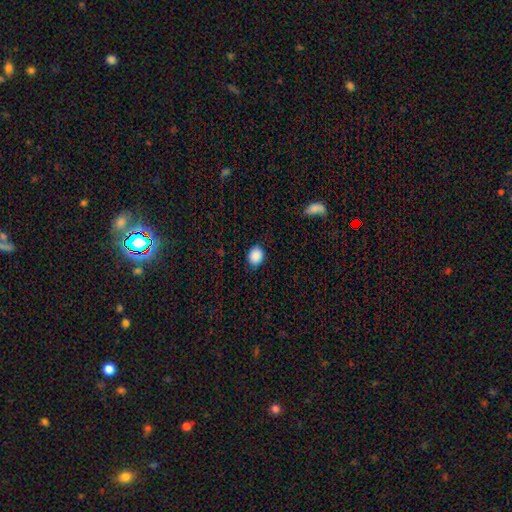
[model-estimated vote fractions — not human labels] Smooth or featured?
  - smooth: 89% *
  - star or artifact: 8%
  - featured or disk: 3%
How rounded?
  - round: 59% *
  - in between: 41%
  - cigar-shaped: 1%
Merging?
  - none: 87% *
  - minor disturbance: 10%
  - major disturbance: 2%
  - merger: 1%